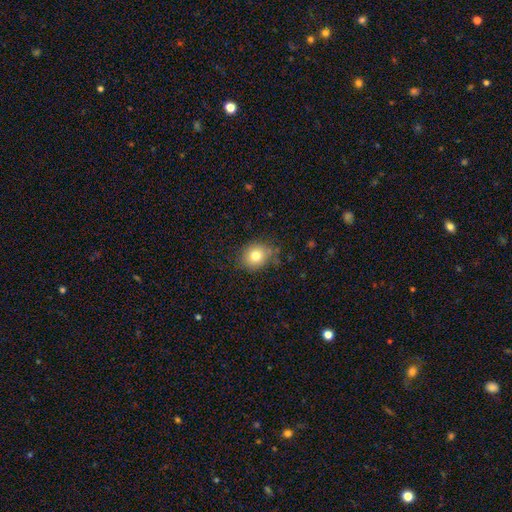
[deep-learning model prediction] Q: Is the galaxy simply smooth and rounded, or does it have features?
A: smooth — 77%.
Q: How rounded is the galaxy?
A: round — 64%.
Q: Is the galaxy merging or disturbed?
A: none — 76%.